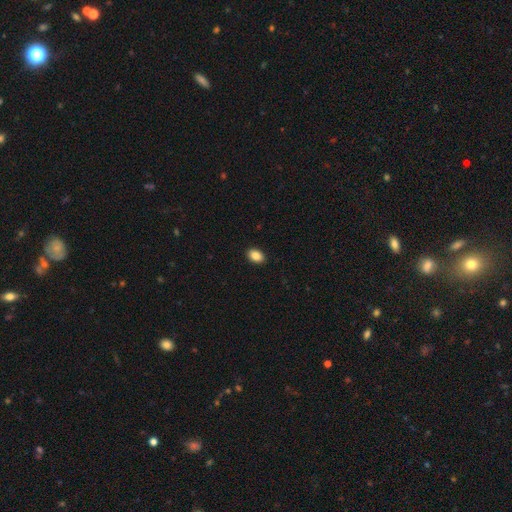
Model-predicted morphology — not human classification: Q: Smooth or featured?
A: smooth (87%); runner-up: star or artifact (9%)
Q: How rounded?
A: in between (80%); runner-up: round (19%)
Q: Merging?
A: none (91%); runner-up: minor disturbance (6%)